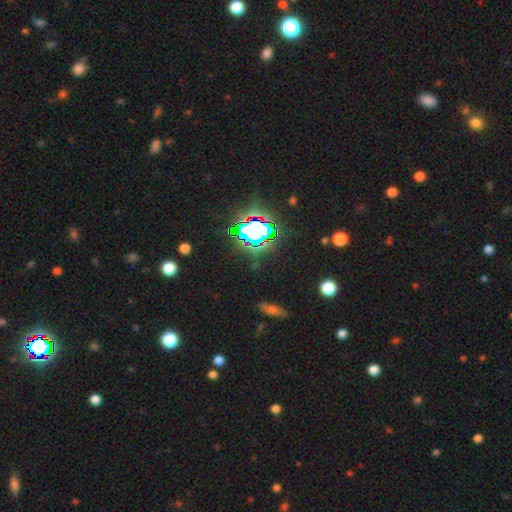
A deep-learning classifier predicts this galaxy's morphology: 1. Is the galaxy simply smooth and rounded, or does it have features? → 69% star or artifact, 20% smooth, 12% featured or disk.